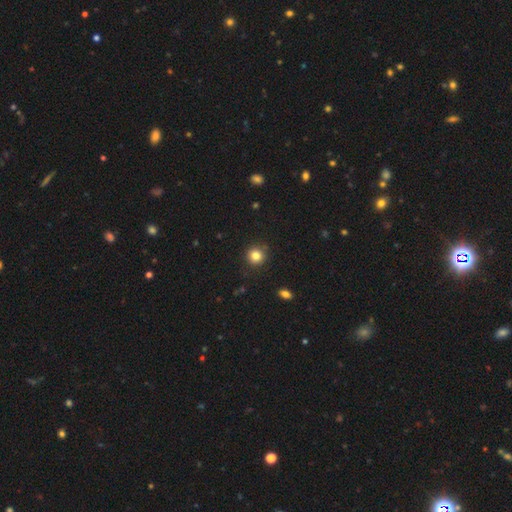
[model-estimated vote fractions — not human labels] A smooth galaxy with no disk features (82%) that is round (93%).

Vote fractions:
- Smooth or featured? smooth: 82% / star or artifact: 12% / featured or disk: 6%
- How rounded? round: 93% / in between: 6% / cigar-shaped: 1%
- Merging? none: 89% / minor disturbance: 7% / major disturbance: 2% / merger: 2%